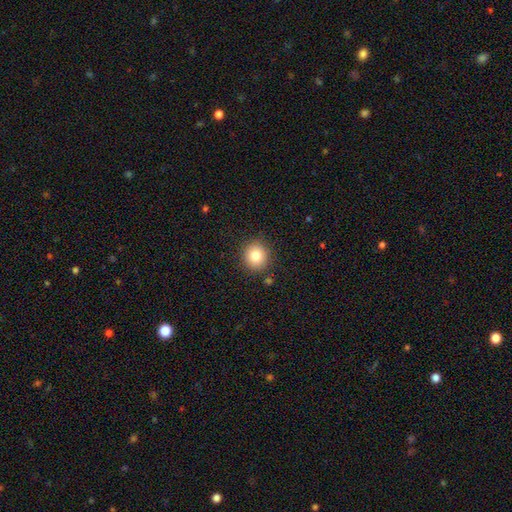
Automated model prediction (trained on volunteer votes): Overall: smooth (81%). How rounded: round (90%). Merging: none (89%).